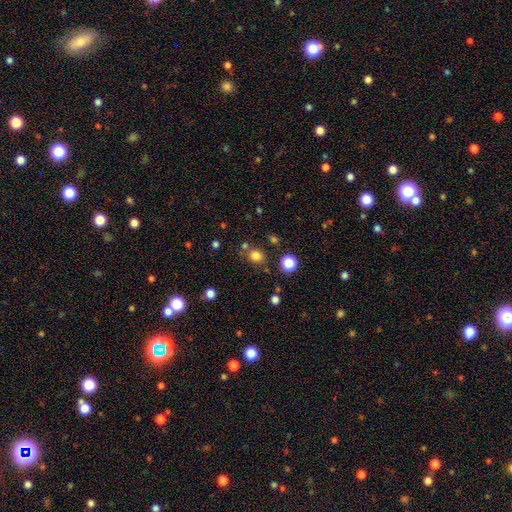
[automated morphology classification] Smooth or featured? Predicted: smooth (p=0.79). How rounded? Predicted: round (p=0.78). Merging? Predicted: none (p=0.76).